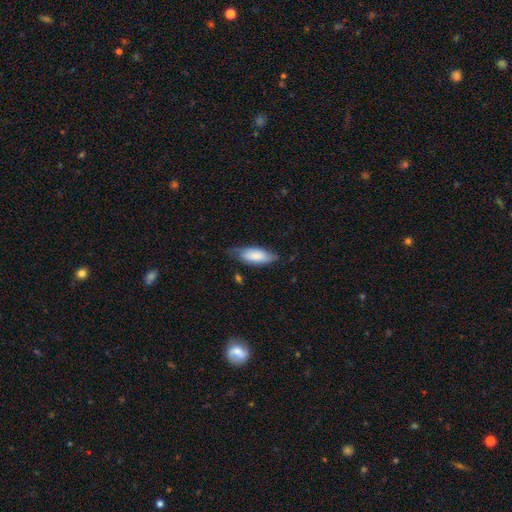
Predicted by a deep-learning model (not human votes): smooth-or-featured: smooth: 76% | featured or disk: 18% | star or artifact: 6%
  how-rounded: in between: 79% | cigar-shaped: 20% | round: 2%
  merging: none: 58% | minor disturbance: 32% | major disturbance: 8% | merger: 2%